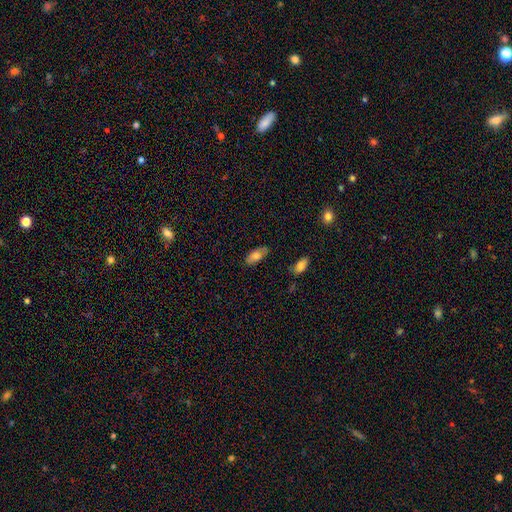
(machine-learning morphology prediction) Overall: smooth (73%). How rounded: in between (87%). Merging: none (76%).